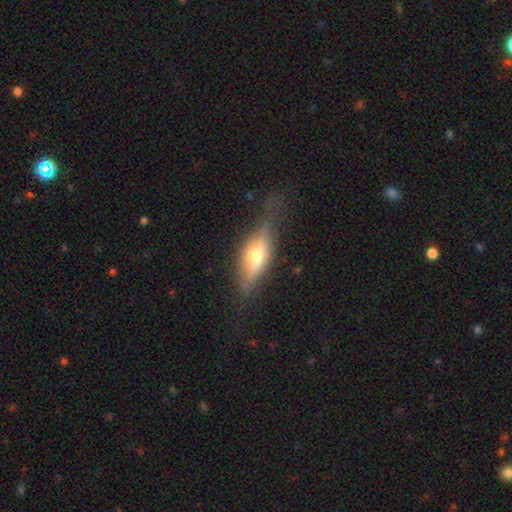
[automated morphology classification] type=featured or disk (58%); edge-on=yes (86%); merging=none (65%).